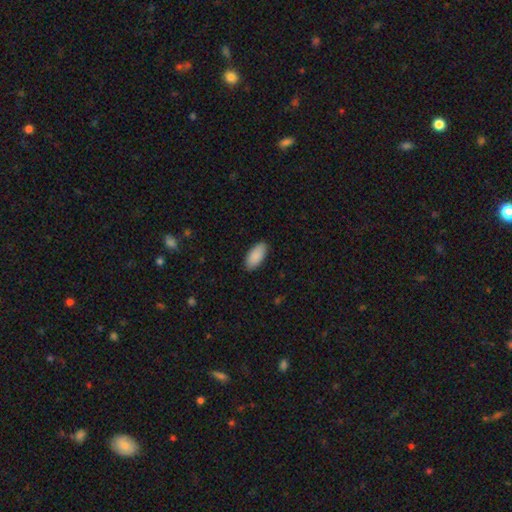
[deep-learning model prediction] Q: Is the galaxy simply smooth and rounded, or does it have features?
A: smooth — 90%.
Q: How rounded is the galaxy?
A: in between — 93%.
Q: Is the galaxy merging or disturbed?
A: none — 89%.